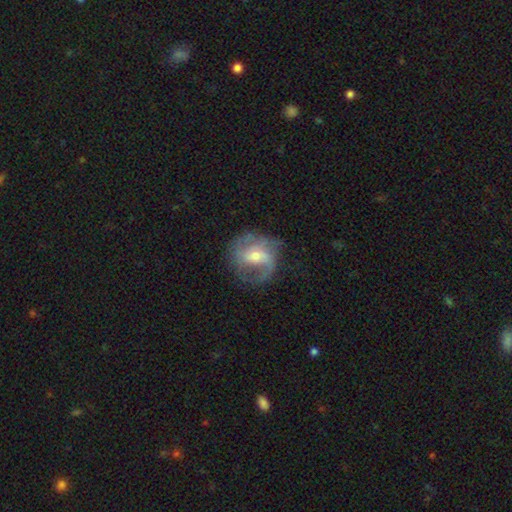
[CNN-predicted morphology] Smooth or featured?
  - featured or disk: 76% *
  - smooth: 18%
  - star or artifact: 7%
Edge-on disk?
  - no: 97% *
  - yes: 3%
Bar?
  - weak: 48% *
  - no: 33%
  - strong: 19%
Spiral arms?
  - yes: 89% *
  - no: 11%
Spiral winding?
  - medium: 47% *
  - loose: 28%
  - tight: 25%
Spiral arm count?
  - 2: 57% *
  - can't tell: 17%
  - 1: 12%
  - 3: 10%
  - 4: 2%
  - more than 4: 2%
Bulge size?
  - moderate: 53% *
  - small: 42%
  - large: 3%
  - none: 2%
  - dominant: 1%
Merging?
  - none: 62% *
  - minor disturbance: 21%
  - major disturbance: 15%
  - merger: 2%